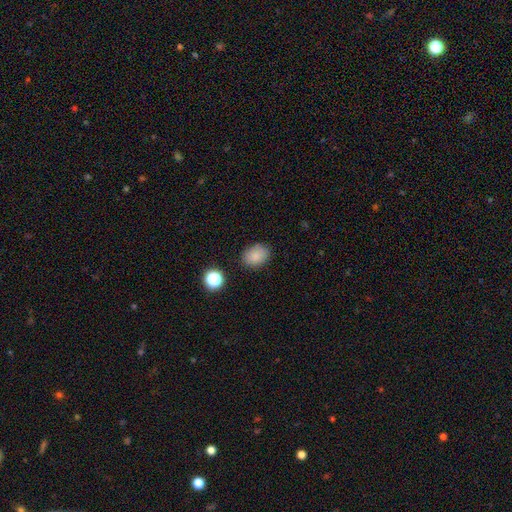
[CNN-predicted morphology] This appears to be a smooth galaxy with no disk features (84%) that is in between round and cigar-shaped (65%). Merging: none (83%).